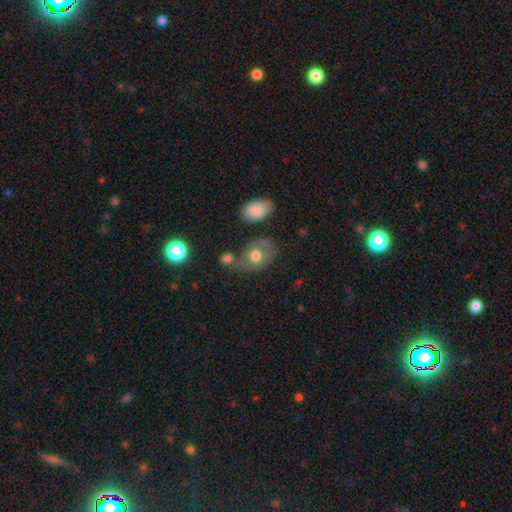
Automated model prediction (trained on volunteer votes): Smooth or featured? smooth (59%)
How rounded? in between (65%)
Merging? none (45%)